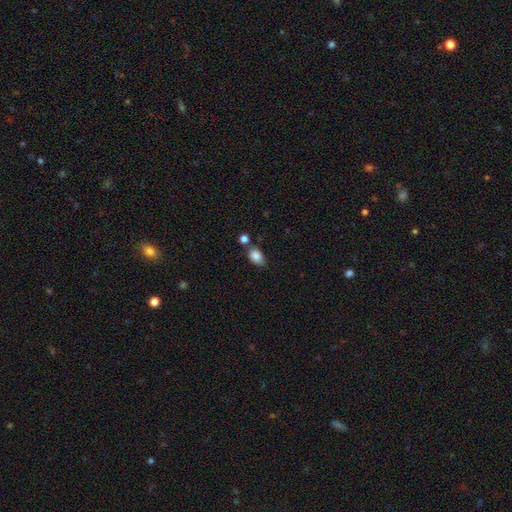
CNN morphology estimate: smooth-or-featured: smooth: 85% | star or artifact: 8% | featured or disk: 6%
  how-rounded: in between: 82% | round: 17% | cigar-shaped: 1%
  merging: none: 63% | minor disturbance: 19% | merger: 14% | major disturbance: 4%